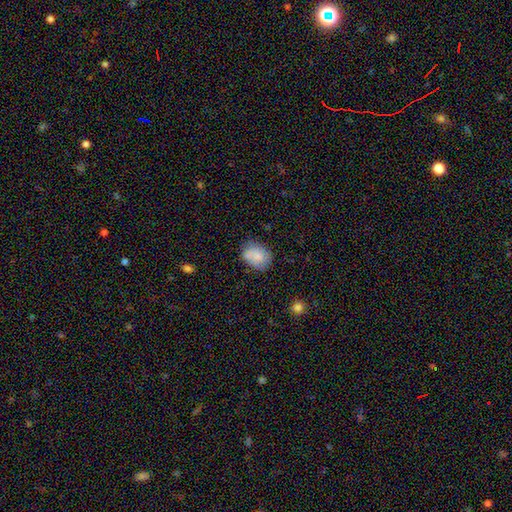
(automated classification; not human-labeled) A smooth galaxy with no disk features (80%) that is in between round and cigar-shaped (65%). Merging: none (67%).